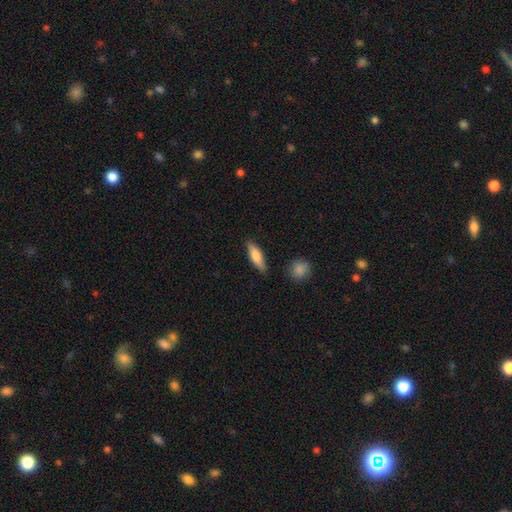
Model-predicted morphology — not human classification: A smooth galaxy with no disk features (72%) that is cigar-shaped (56%). Merging: none (83%).